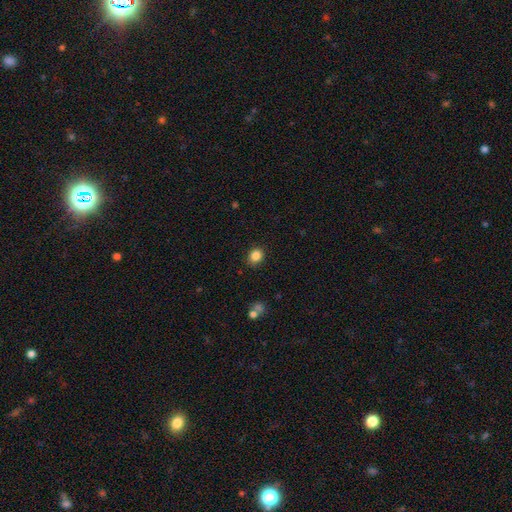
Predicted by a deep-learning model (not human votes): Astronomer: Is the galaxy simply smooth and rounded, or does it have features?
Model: smooth — 85%.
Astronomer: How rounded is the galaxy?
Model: round — 68%.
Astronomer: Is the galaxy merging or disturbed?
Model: none — 88%.